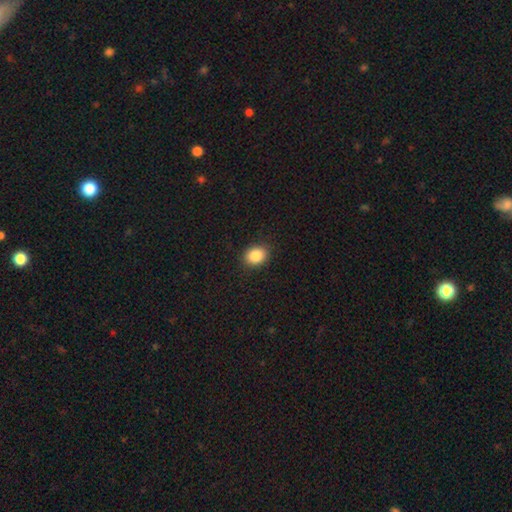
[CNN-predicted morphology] Smooth or featured?
  - smooth: 86% *
  - star or artifact: 9%
  - featured or disk: 5%
How rounded?
  - in between: 56% *
  - round: 43%
  - cigar-shaped: 1%
Merging?
  - none: 89% *
  - minor disturbance: 8%
  - major disturbance: 2%
  - merger: 1%